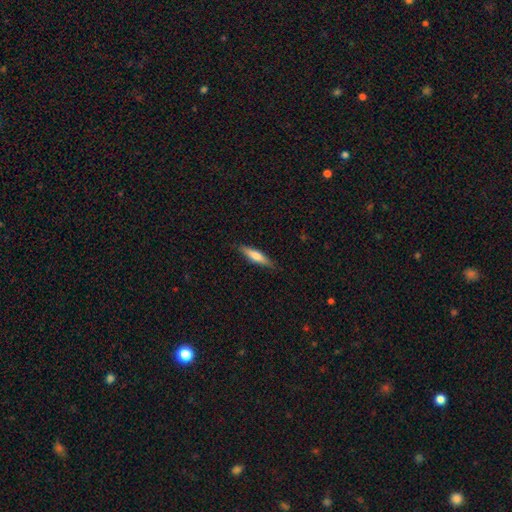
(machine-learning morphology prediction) smooth 63%, featured or disk 31%, star or artifact 6%. Down the decision tree: how rounded — cigar-shaped (78%); merging — none (86%).